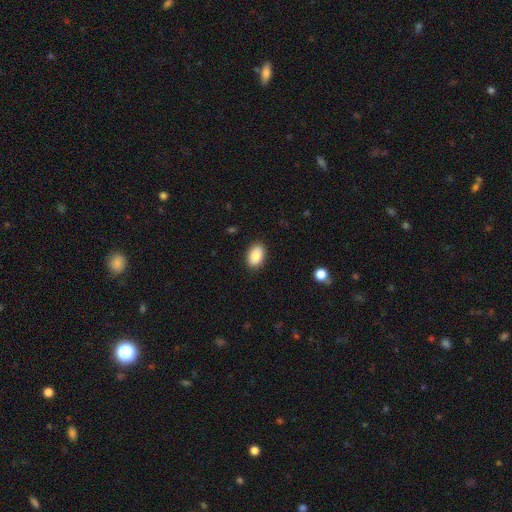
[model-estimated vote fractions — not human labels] A smooth galaxy with no disk features (87%) that is in between round and cigar-shaped (88%).

Vote fractions:
- Smooth or featured? smooth: 87% / star or artifact: 7% / featured or disk: 6%
- How rounded? in between: 88% / round: 10% / cigar-shaped: 1%
- Merging? none: 88% / minor disturbance: 9% / major disturbance: 2% / merger: 1%